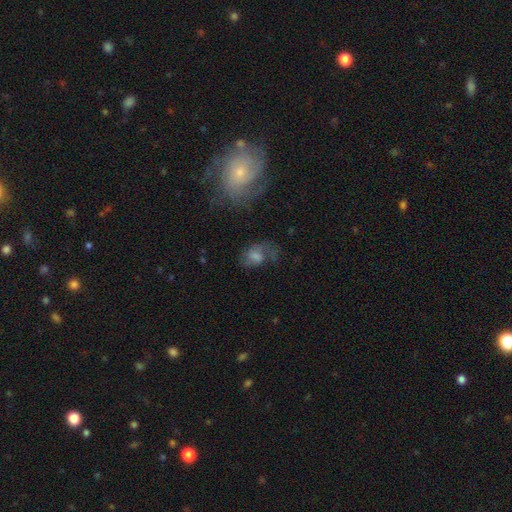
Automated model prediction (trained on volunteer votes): Smooth or featured? Predicted: featured or disk (p=0.44). Merging? Predicted: none (p=0.42).